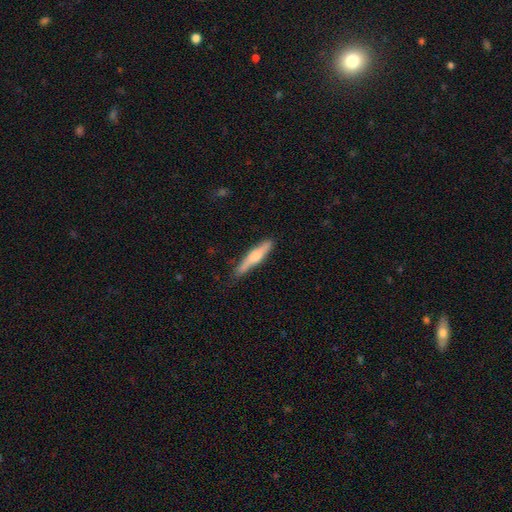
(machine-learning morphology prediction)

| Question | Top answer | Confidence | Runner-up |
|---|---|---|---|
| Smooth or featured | smooth | 50% | featured or disk (45%) |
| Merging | none | 81% | minor disturbance (15%) |